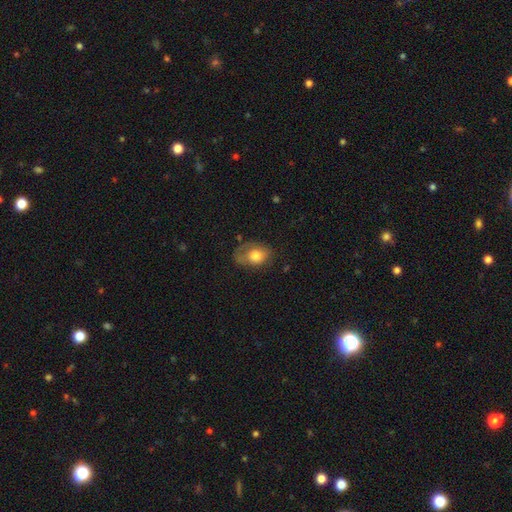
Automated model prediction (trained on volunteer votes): Smooth or featured? smooth (68%)
How rounded? in between (71%)
Merging? none (44%)